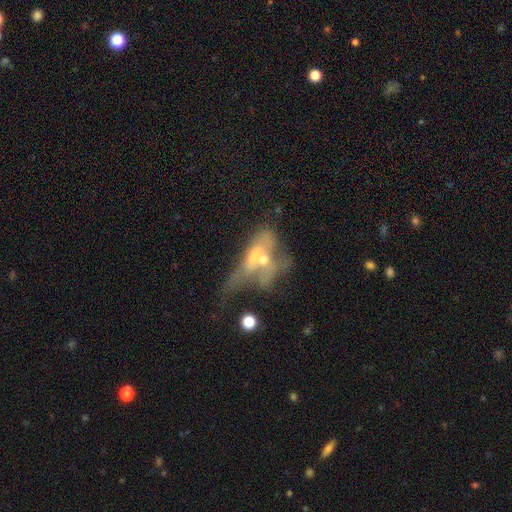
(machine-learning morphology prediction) smooth_or_featured: featured or disk (p=0.56) [alt: smooth p=0.32]
disk_edge_on: no (p=0.81) [alt: yes p=0.19]
merging: merger (p=0.51) [alt: major disturbance p=0.26]